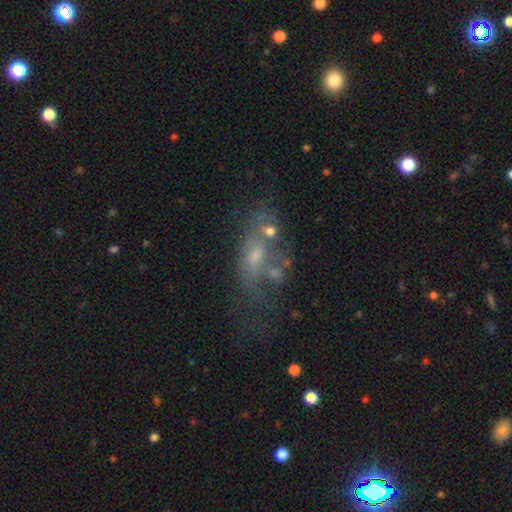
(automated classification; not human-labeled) featured or disk 51%, smooth 35%, star or artifact 15%. Down the decision tree: edge-on disk — no (88%); merging — none (32%).